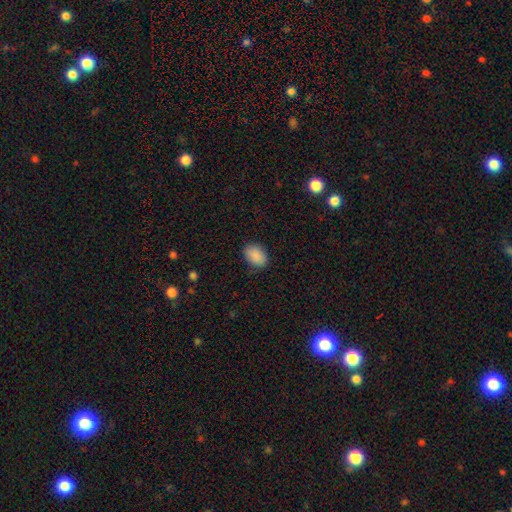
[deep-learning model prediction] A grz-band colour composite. It shows a smooth galaxy with no disk features (89%) that is in between round and cigar-shaped (82%). Merging: none (84%).